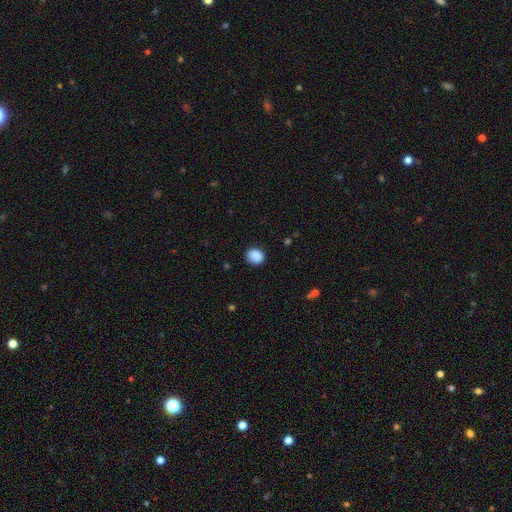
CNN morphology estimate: A smooth galaxy with no disk features (88%) that is round (63%). Merging: none (84%).